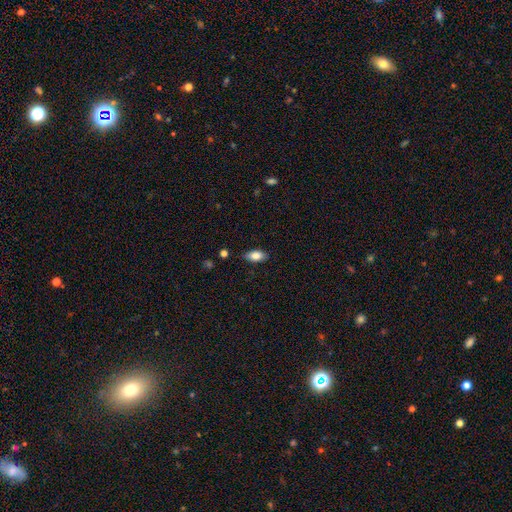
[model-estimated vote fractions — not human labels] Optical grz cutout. It shows a smooth galaxy with no disk features (81%) that is in between round and cigar-shaped (89%). Merging: none (84%).